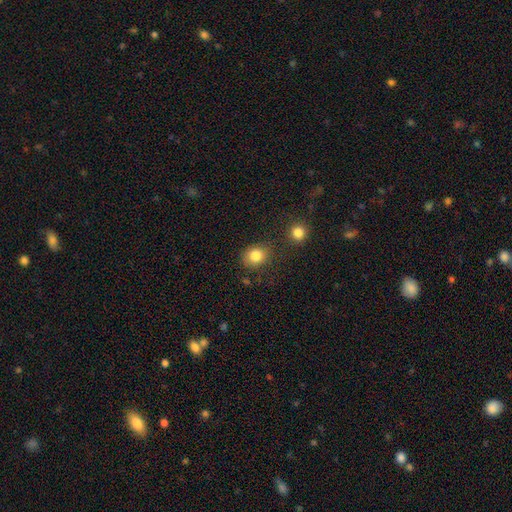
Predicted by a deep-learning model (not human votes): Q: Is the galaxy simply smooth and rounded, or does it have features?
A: smooth — 84%.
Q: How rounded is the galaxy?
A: round — 64%.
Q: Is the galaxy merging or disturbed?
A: none — 76%.